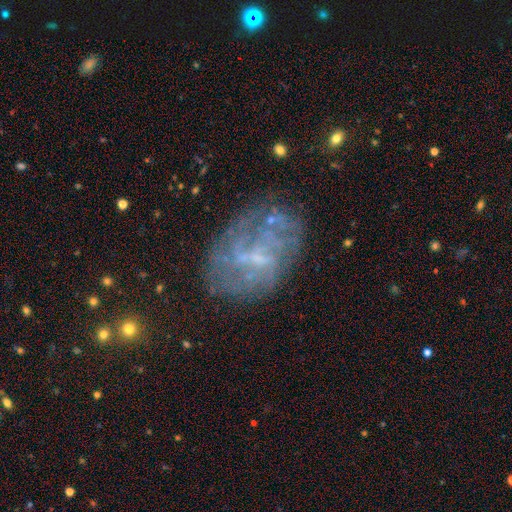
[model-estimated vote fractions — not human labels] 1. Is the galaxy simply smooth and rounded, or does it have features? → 68% featured or disk, 19% smooth, 12% star or artifact.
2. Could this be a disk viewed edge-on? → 97% no, 3% yes.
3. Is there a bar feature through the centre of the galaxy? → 47% weak, 40% no, 13% strong.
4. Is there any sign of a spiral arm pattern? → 59% yes, 41% no.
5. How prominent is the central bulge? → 51% small, 32% none, 15% moderate, 1% large, 1% dominant.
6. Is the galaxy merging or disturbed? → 63% none, 19% minor disturbance, 14% major disturbance, 4% merger.